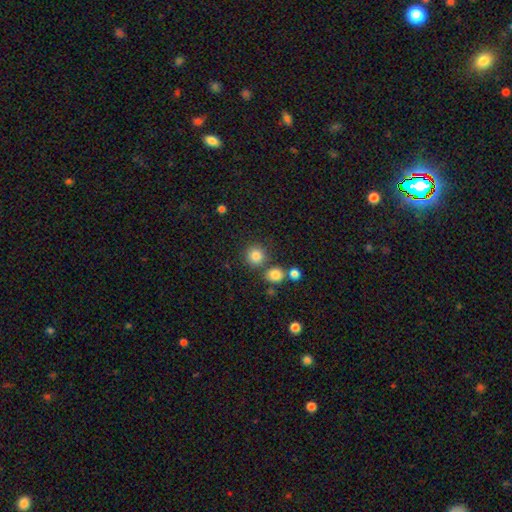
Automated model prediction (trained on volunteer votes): Smooth or featured? smooth (82%)
How rounded? round (92%)
Merging? none (78%)